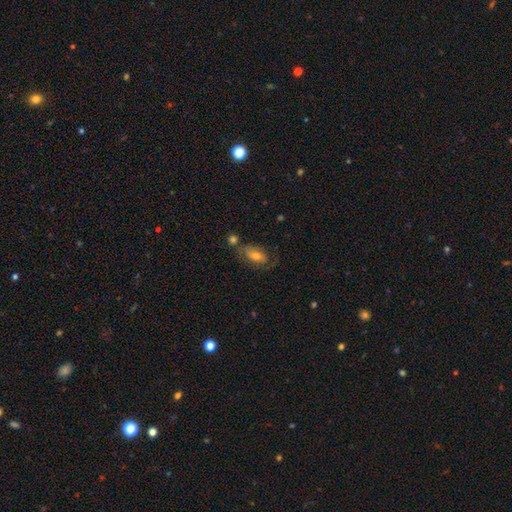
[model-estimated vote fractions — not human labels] smooth_or_featured: smooth (p=0.48) [alt: featured or disk p=0.42]
merging: none (p=0.55) [alt: minor disturbance p=0.21]